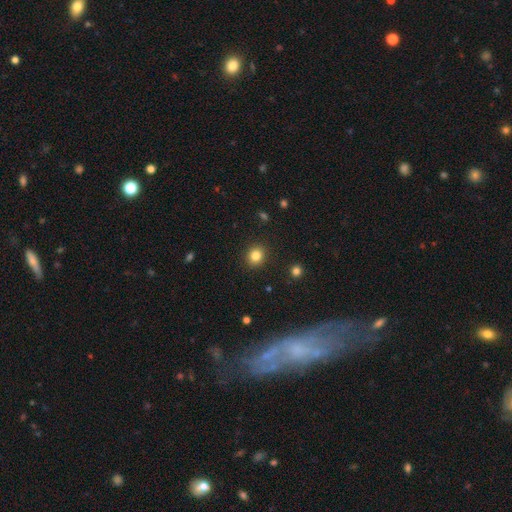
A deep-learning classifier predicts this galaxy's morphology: Smooth or featured? smooth (82%)
How rounded? round (81%)
Merging? none (91%)